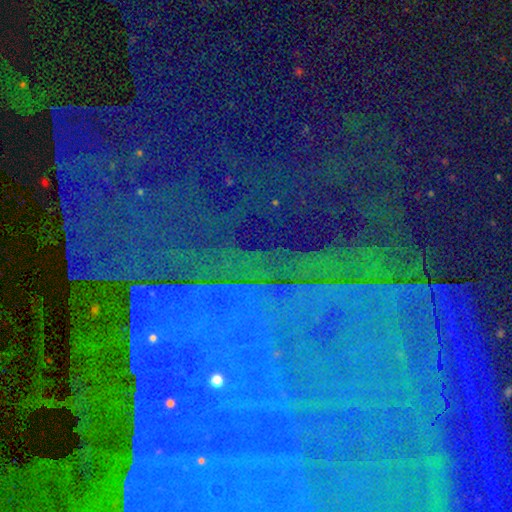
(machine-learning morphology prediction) Overall: star or artifact (86%).